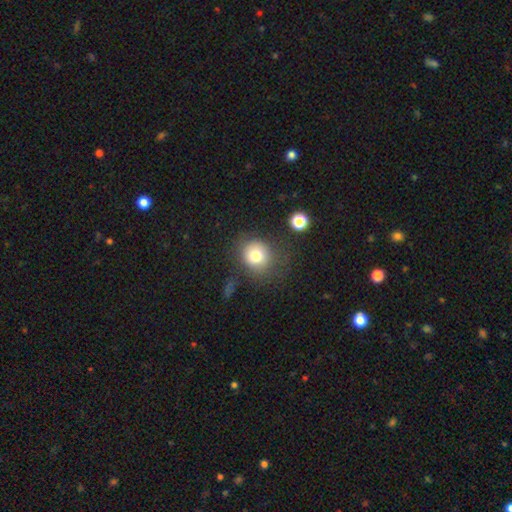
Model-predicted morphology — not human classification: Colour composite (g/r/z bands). It shows a smooth galaxy with no disk features (78%) that is round (82%). Merging: none (67%).